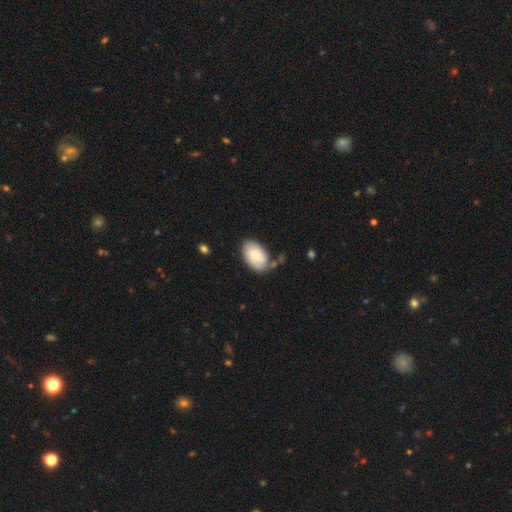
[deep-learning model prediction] Smooth or featured? smooth (71%)
How rounded? in between (92%)
Merging? none (60%)